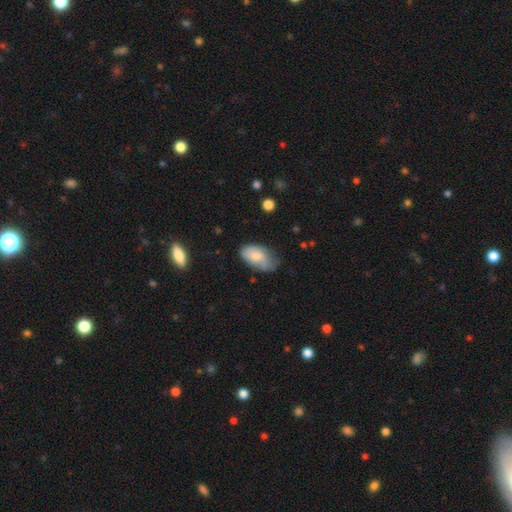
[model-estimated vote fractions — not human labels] Morphology: type=smooth (74%); roundness=in between (94%); merging=none (47%).